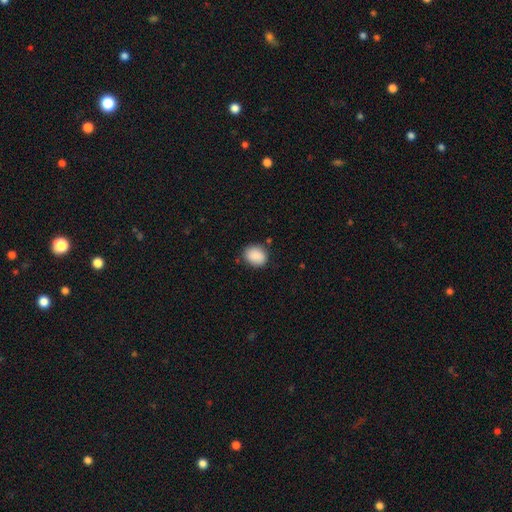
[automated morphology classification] smooth 89%, star or artifact 7%, featured or disk 4%. Down the decision tree: how rounded — round (53%); merging — none (82%).